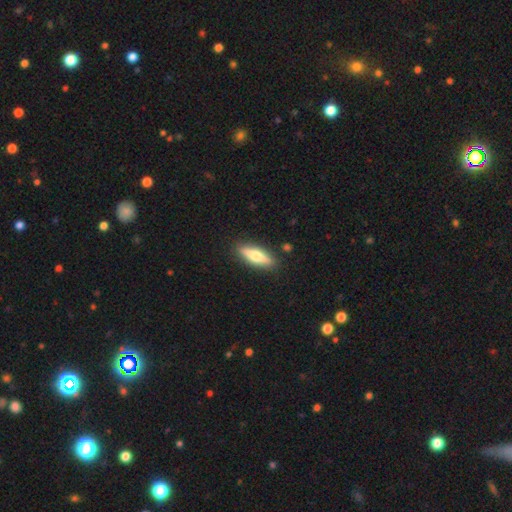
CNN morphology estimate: Smooth or featured? Predicted: smooth (p=0.54). How rounded? Predicted: cigar-shaped (p=0.59). Merging? Predicted: none (p=0.88).